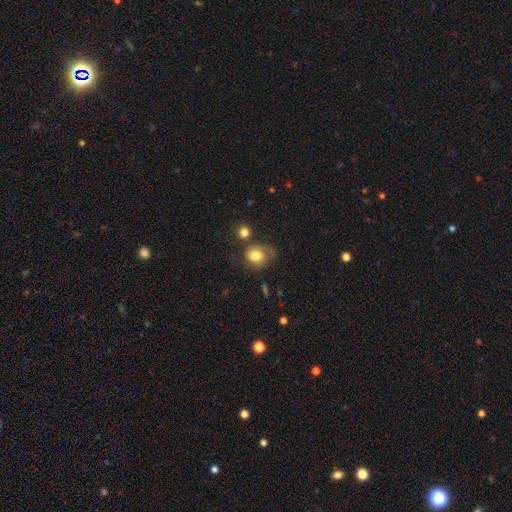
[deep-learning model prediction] Q: Smooth or featured?
A: smooth (75%); runner-up: featured or disk (16%)
Q: How rounded?
A: round (62%); runner-up: in between (37%)
Q: Merging?
A: none (49%); runner-up: minor disturbance (27%)